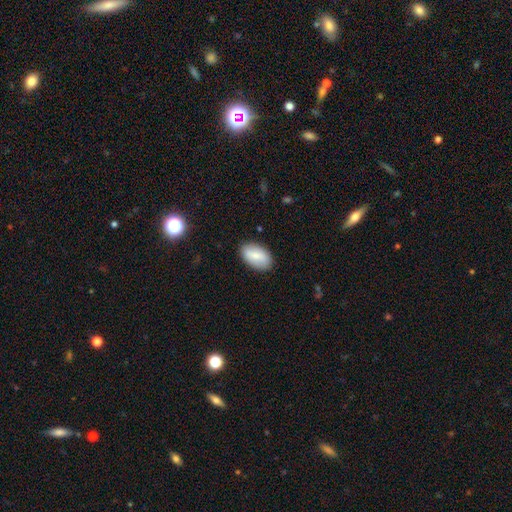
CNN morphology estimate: Smooth or featured? Predicted: smooth (p=0.76). How rounded? Predicted: in between (p=0.94). Merging? Predicted: none (p=0.86).